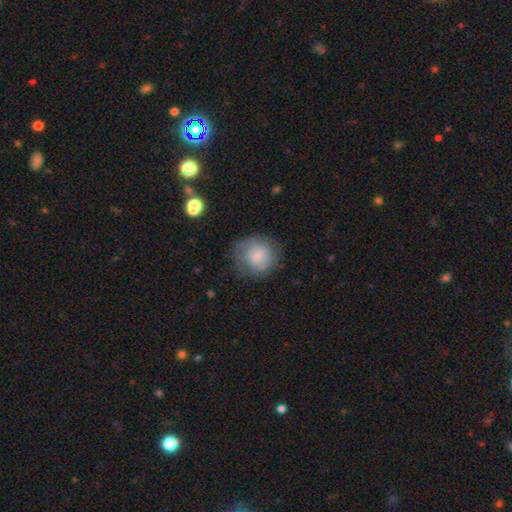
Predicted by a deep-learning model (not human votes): Smooth or featured: smooth — 73% (featured or disk — 19%)
How rounded: round — 88% (in between — 11%)
Merging: none — 67% (minor disturbance — 22%)